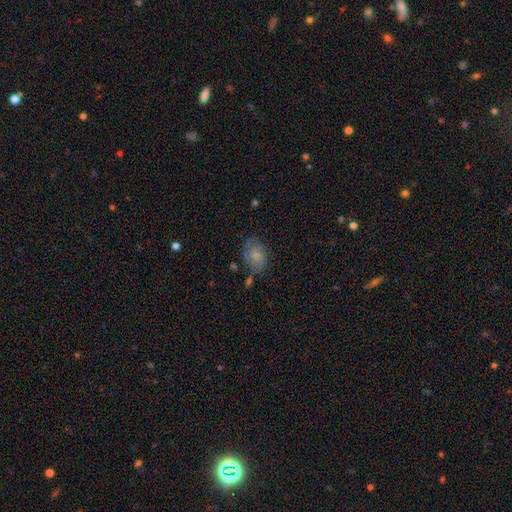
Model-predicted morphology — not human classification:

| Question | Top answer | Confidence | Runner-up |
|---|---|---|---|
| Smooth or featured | smooth | 55% | featured or disk (35%) |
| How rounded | in between | 80% | round (19%) |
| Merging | none | 59% | minor disturbance (26%) |